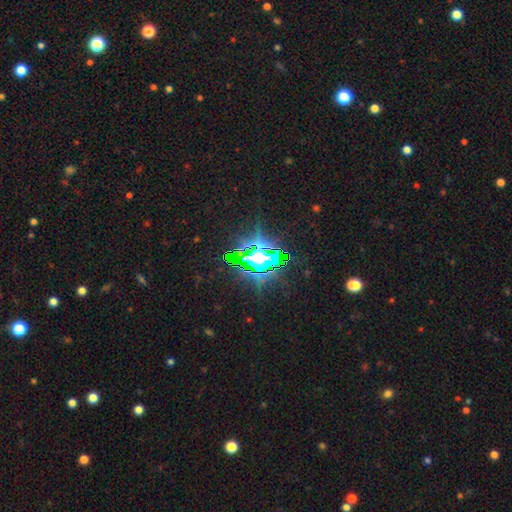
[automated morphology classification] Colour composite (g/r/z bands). It shows a star or artifact, not a galaxy (72%).